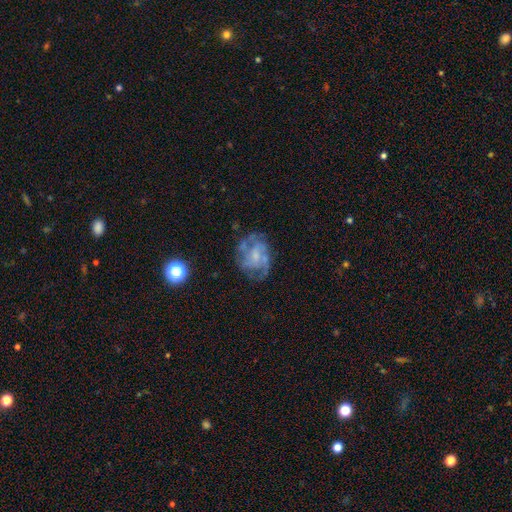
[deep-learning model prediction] The model was most divided on "spiral arm count": can't tell: 33%, 2: 26%, 3: 23%, 4: 9%, 1: 5%, more than 4: 5%. Remaining: edge-on disk — no (98%); spiral arms — yes (84%); smooth or featured — featured or disk (77%); merging — none (64%); bar — no (55%); bulge size — small (48%); spiral winding — medium (46%).